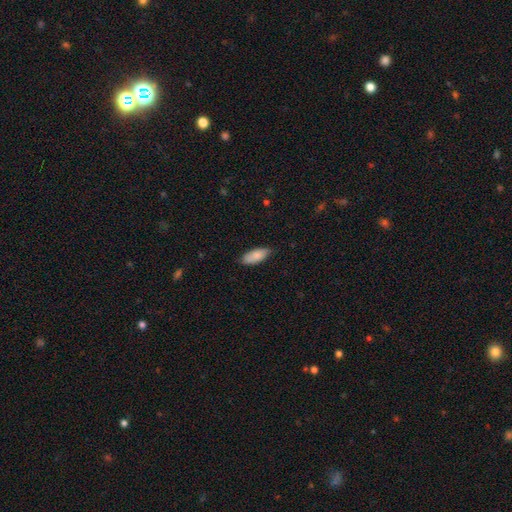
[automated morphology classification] smooth 86%, featured or disk 8%, star or artifact 6%. Down the decision tree: how rounded — in between (83%); merging — none (80%).